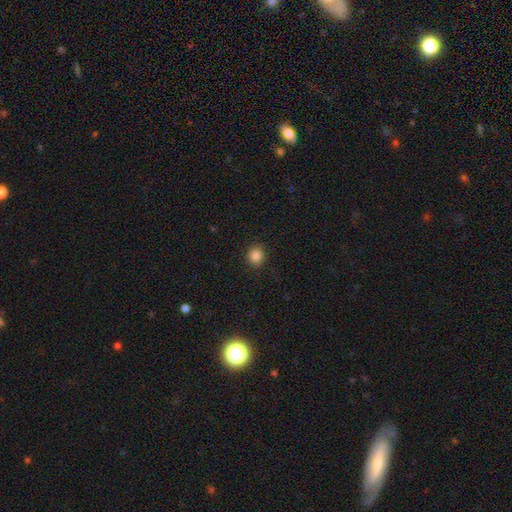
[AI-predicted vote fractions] Smooth or featured: smooth — 86% (star or artifact — 10%)
How rounded: round — 81% (in between — 18%)
Merging: none — 90% (minor disturbance — 7%)